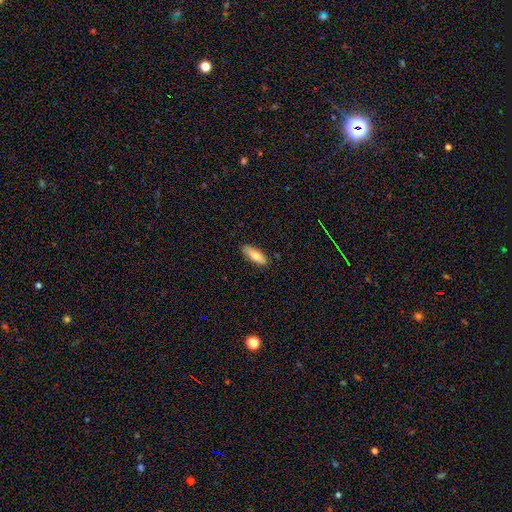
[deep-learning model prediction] A smooth galaxy with no disk features (80%) that is in between round and cigar-shaped (65%).

Vote fractions:
- Smooth or featured? smooth: 80% / featured or disk: 14% / star or artifact: 6%
- How rounded? in between: 65% / cigar-shaped: 33% / round: 2%
- Merging? none: 86% / minor disturbance: 11% / major disturbance: 2% / merger: 1%